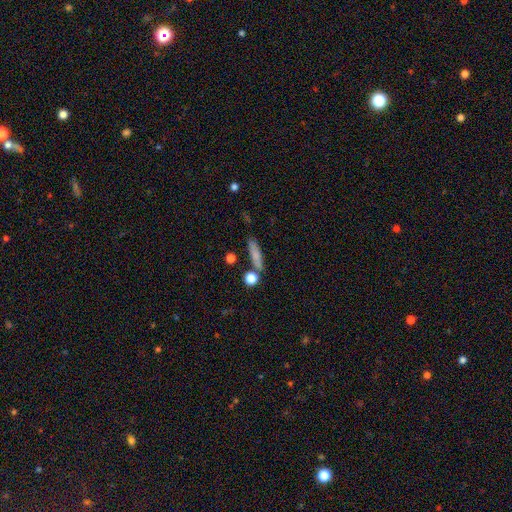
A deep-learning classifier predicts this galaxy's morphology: This appears to be a smooth galaxy with no disk features (75%) that is cigar-shaped (69%). Merging: none (73%).